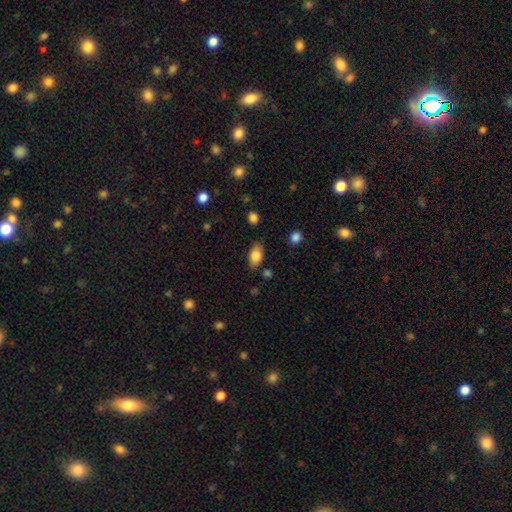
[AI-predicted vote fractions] Smooth or featured? Predicted: smooth (p=0.83). How rounded? Predicted: in between (p=0.90). Merging? Predicted: none (p=0.79).